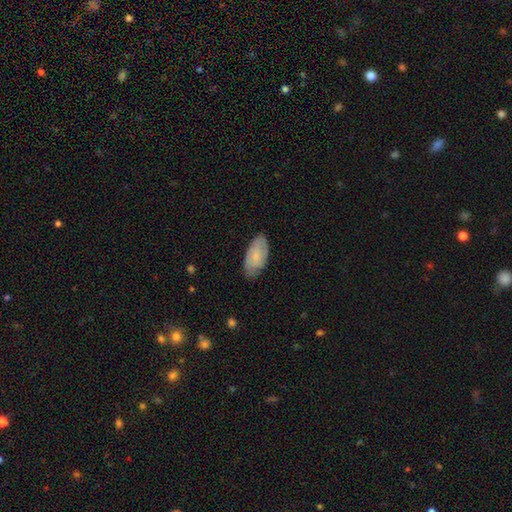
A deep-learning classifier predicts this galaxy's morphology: The model was most divided on "smooth or featured": smooth: 55%, featured or disk: 38%, star or artifact: 7%. More confident: how rounded — in between (92%); merging — none (75%).